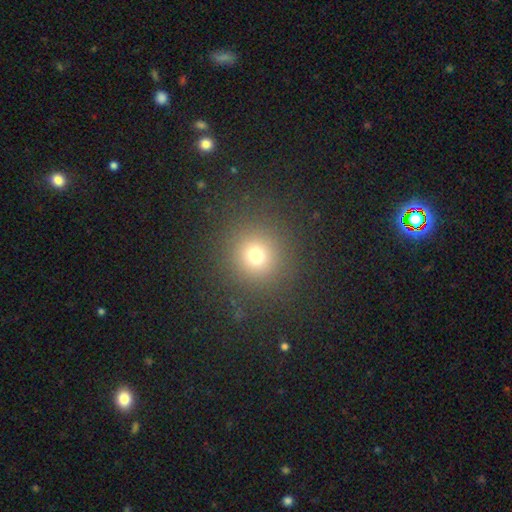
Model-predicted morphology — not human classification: This is likely a smooth galaxy (71%). How rounded: clearly round (92%). Merging: clearly none (88%).